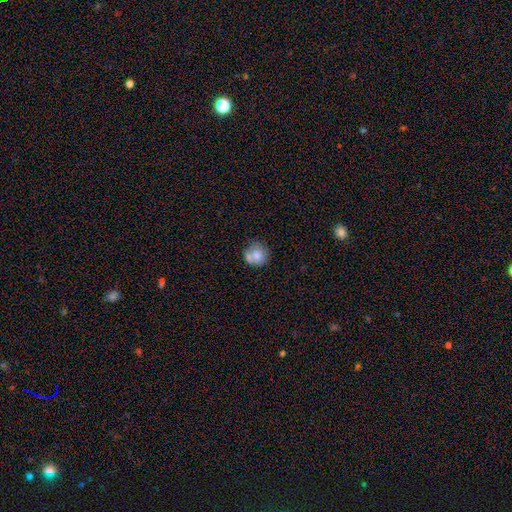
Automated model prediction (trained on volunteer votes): The model was most divided on "merging": none: 54%, merger: 26%, minor disturbance: 15%, major disturbance: 5%. More confident: how rounded — round (89%); smooth or featured — smooth (75%).